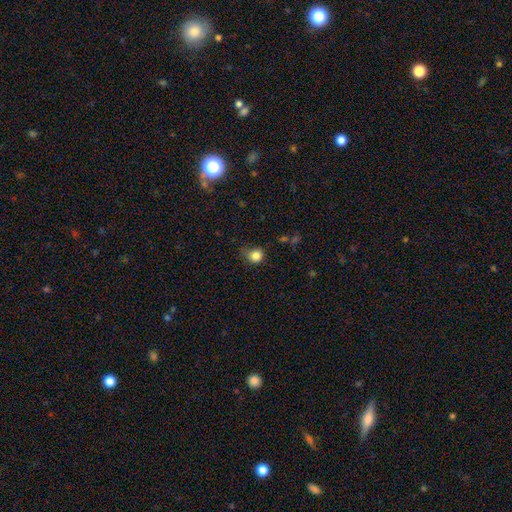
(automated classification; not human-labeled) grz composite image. It shows a smooth galaxy with no disk features (84%) that is round (82%). Merging: none (65%).